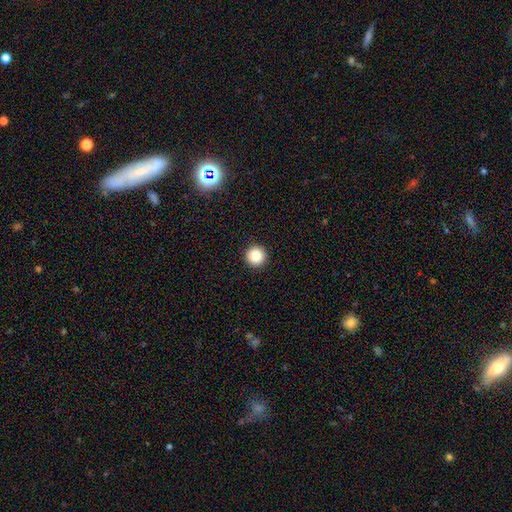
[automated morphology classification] Smooth or featured? smooth (84%)
How rounded? round (97%)
Merging? none (94%)